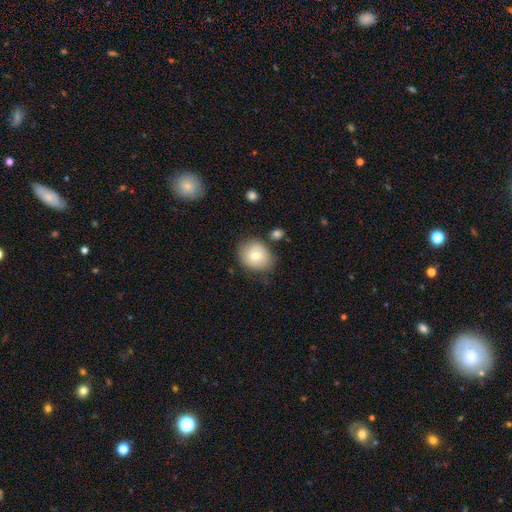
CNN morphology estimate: This is likely a smooth galaxy (72%). How rounded: likely round (68%). Merging: likely none (70%).